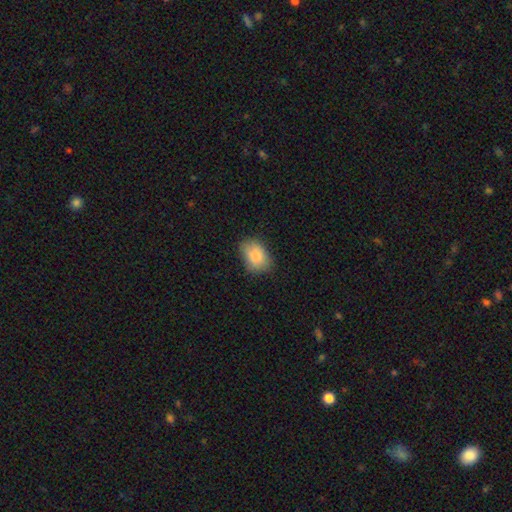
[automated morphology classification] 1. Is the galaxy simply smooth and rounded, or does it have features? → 86% smooth, 7% star or artifact, 7% featured or disk.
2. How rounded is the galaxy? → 79% in between, 20% round, 1% cigar-shaped.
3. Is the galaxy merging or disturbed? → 66% none, 26% minor disturbance, 6% major disturbance, 1% merger.